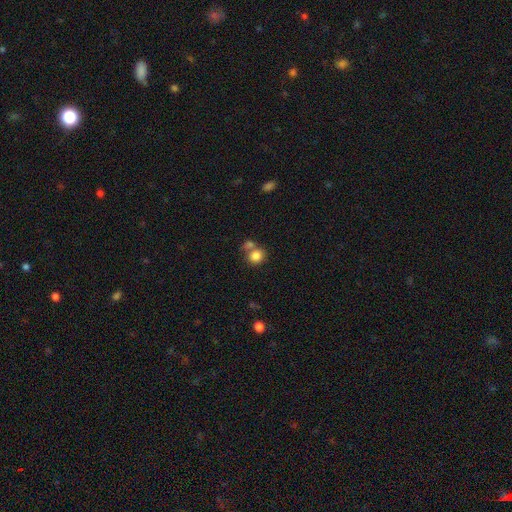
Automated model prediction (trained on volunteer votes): Q: Smooth or featured?
A: smooth (82%); runner-up: star or artifact (10%)
Q: How rounded?
A: round (81%); runner-up: in between (18%)
Q: Merging?
A: none (51%); runner-up: merger (34%)